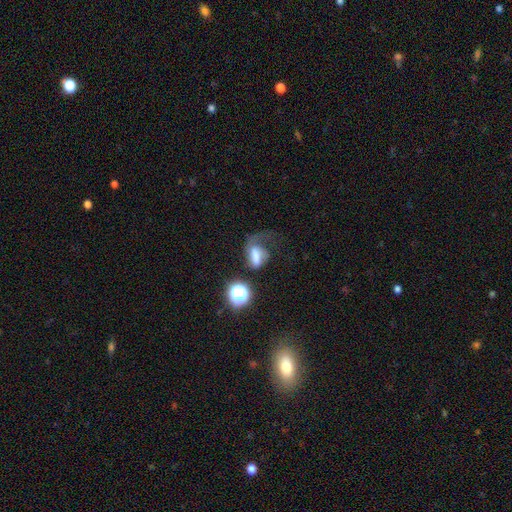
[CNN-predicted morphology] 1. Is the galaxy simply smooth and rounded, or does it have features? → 54% smooth, 29% featured or disk, 16% star or artifact.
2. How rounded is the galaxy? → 69% in between, 24% round, 7% cigar-shaped.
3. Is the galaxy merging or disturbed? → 53% major disturbance, 22% none, 17% minor disturbance, 8% merger.